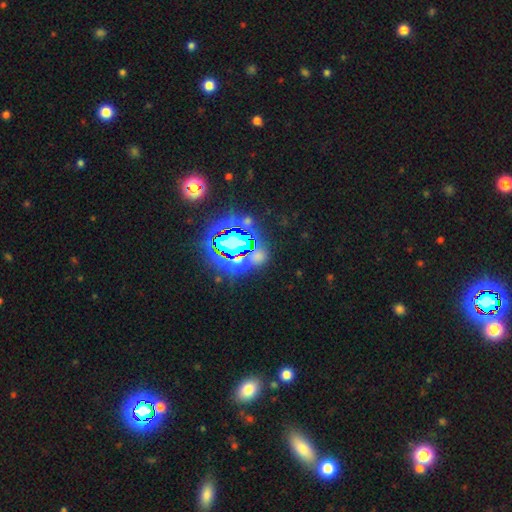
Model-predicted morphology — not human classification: The model was most divided on "smooth or featured": star or artifact: 69%, smooth: 19%, featured or disk: 12%.